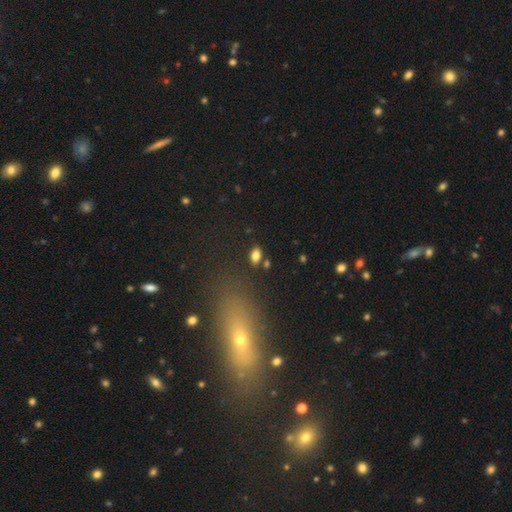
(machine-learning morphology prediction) Smooth or featured? Predicted: smooth (p=0.80). How rounded? Predicted: in between (p=0.88). Merging? Predicted: none (p=0.83).